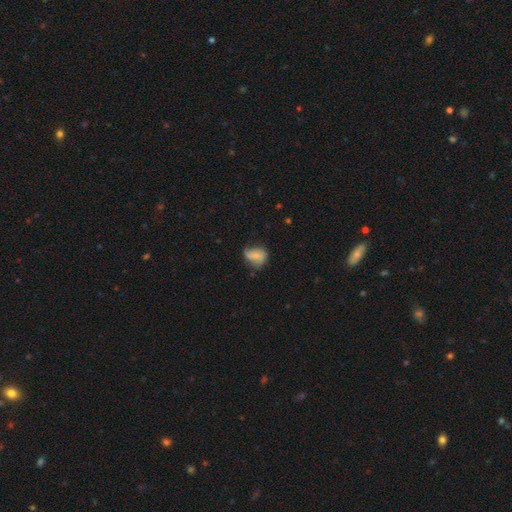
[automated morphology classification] Smooth or featured? Predicted: smooth (p=0.53). How rounded? Predicted: in between (p=0.59). Merging? Predicted: none (p=0.42).